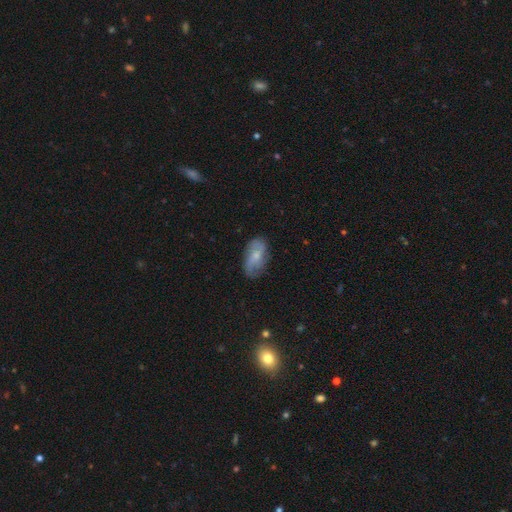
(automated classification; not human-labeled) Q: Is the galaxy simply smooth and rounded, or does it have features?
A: smooth — 46%, tied with featured or disk.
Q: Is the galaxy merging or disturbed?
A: none — 69%.